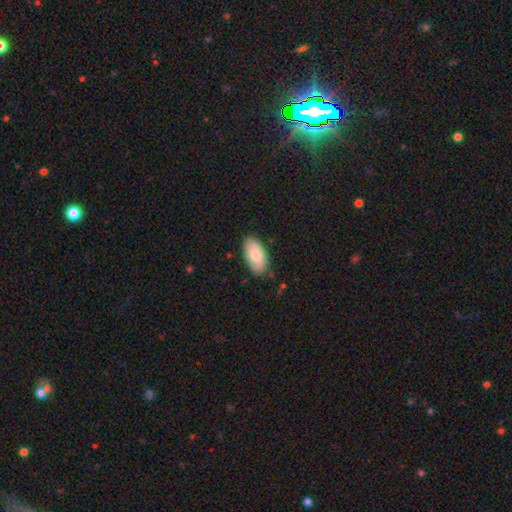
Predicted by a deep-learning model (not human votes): Overall: smooth (74%). How rounded: in between (95%). Merging: none (80%).